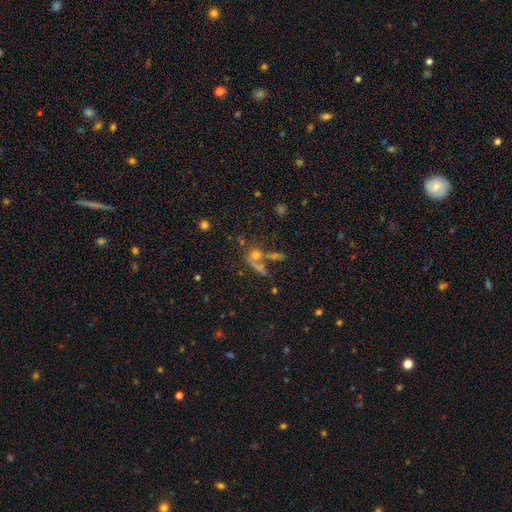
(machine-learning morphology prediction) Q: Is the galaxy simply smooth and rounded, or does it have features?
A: smooth — 49%.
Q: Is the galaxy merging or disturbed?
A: merger — 42%.